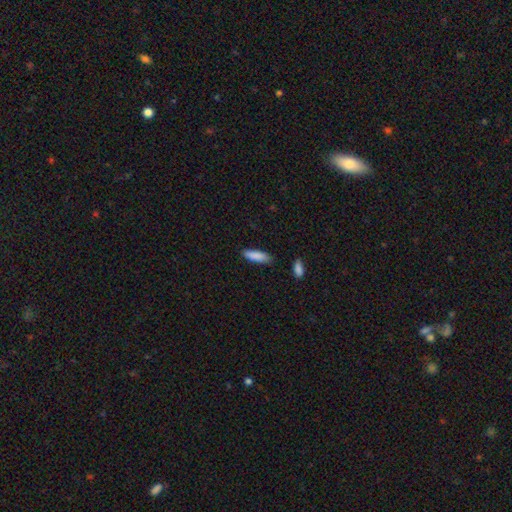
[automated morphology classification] This is clearly a smooth galaxy (88%). How rounded: possibly cigar-shaped (53%). Merging: clearly none (83%).